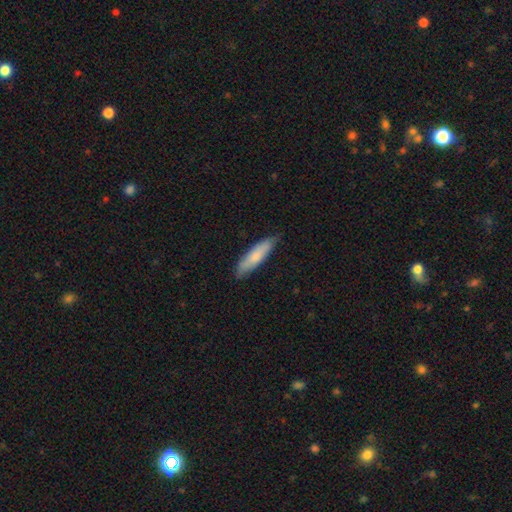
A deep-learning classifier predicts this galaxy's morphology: Overall: smooth (77%). How rounded: cigar-shaped (73%). Merging: none (83%).